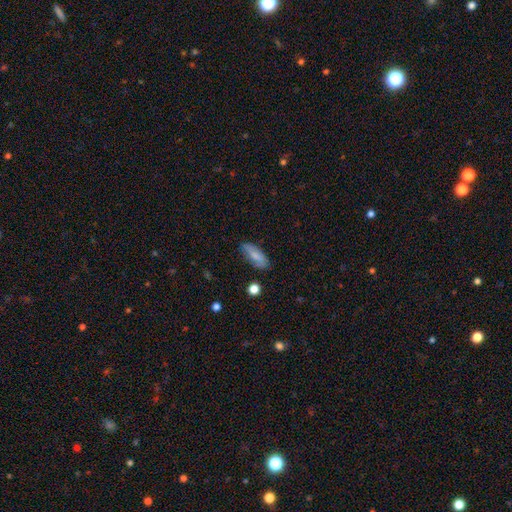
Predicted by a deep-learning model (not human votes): Smooth or featured? smooth (75%)
How rounded? in between (75%)
Merging? none (78%)